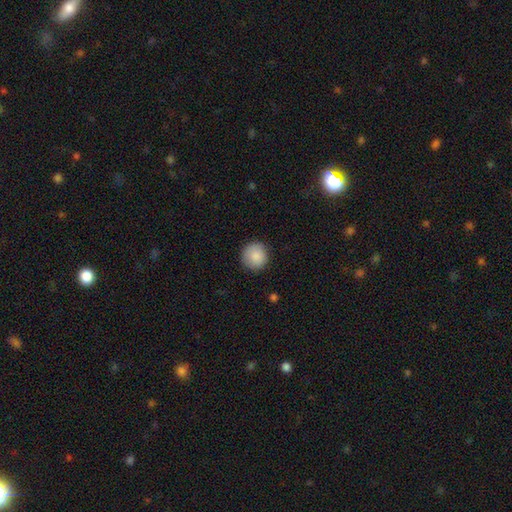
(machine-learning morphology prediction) Smooth or featured?
  - smooth: 88% *
  - star or artifact: 8%
  - featured or disk: 5%
How rounded?
  - round: 93% *
  - in between: 6%
  - cigar-shaped: 1%
Merging?
  - none: 88% *
  - minor disturbance: 9%
  - major disturbance: 2%
  - merger: 1%